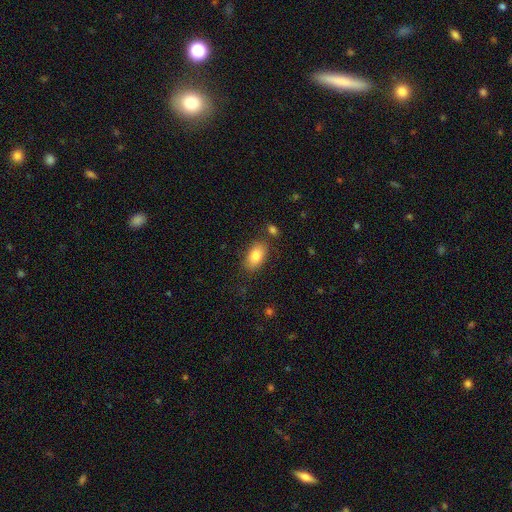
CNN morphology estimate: smooth 83%, featured or disk 10%, star or artifact 7%. Down the decision tree: how rounded — in between (91%); merging — none (81%).